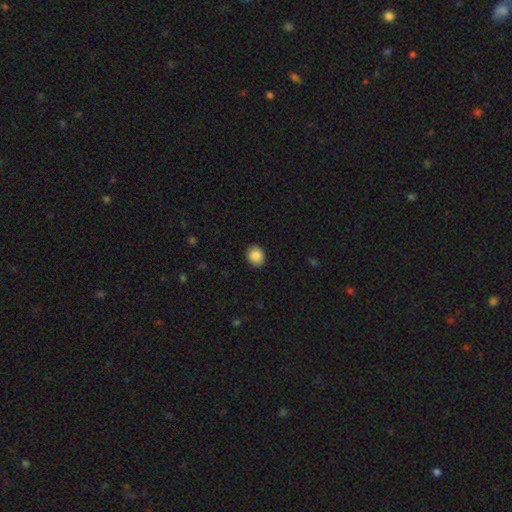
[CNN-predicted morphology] Smooth or featured?
  - smooth: 88% *
  - star or artifact: 8%
  - featured or disk: 3%
How rounded?
  - round: 64% *
  - in between: 35%
  - cigar-shaped: 1%
Merging?
  - none: 88% *
  - minor disturbance: 9%
  - major disturbance: 2%
  - merger: 1%